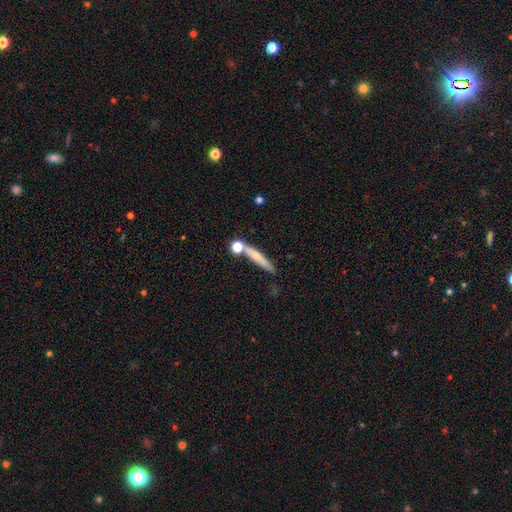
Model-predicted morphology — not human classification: Smooth or featured? Predicted: smooth (p=0.64). How rounded? Predicted: cigar-shaped (p=0.86). Merging? Predicted: none (p=0.67).